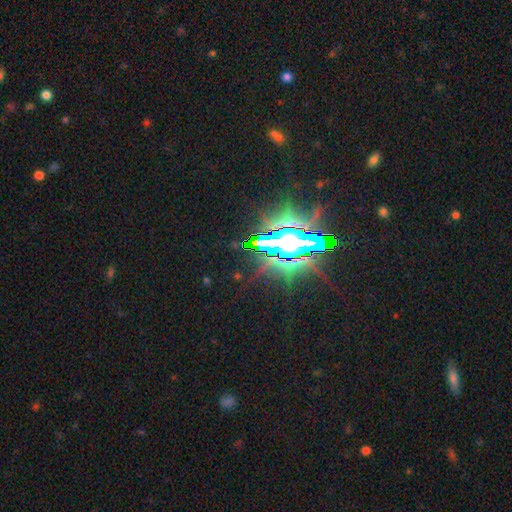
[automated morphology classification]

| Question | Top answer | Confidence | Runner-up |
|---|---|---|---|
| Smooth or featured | star or artifact | 84% | featured or disk (8%) |